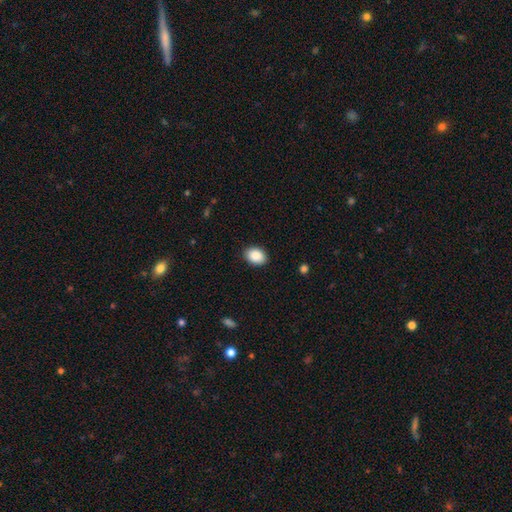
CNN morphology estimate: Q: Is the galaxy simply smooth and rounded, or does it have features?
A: smooth — 90%.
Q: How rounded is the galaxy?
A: in between — 76%.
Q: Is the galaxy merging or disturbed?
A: none — 89%.